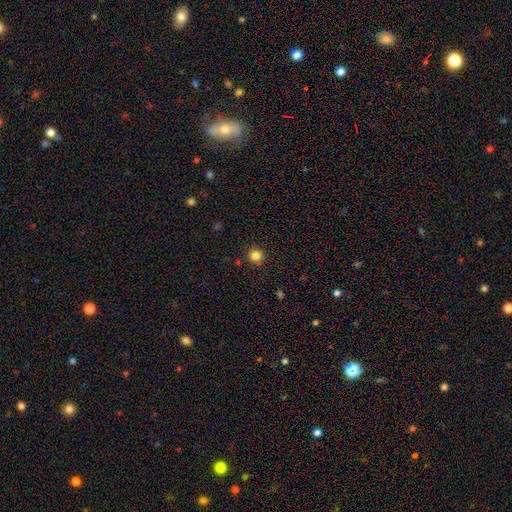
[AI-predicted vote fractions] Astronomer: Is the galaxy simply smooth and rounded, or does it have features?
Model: smooth — 82%.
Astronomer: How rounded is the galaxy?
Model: round — 94%.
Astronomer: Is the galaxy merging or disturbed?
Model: none — 92%.